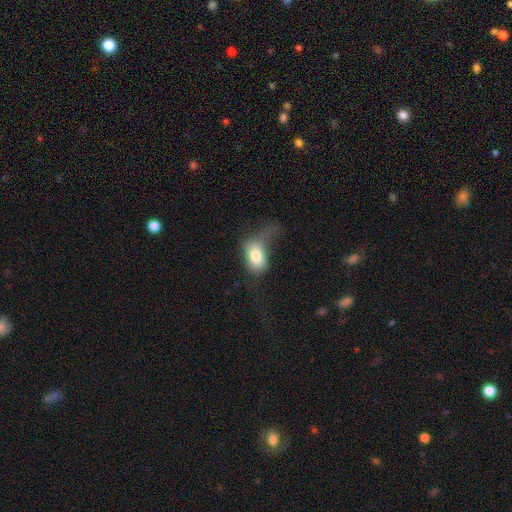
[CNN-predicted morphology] Smooth or featured: smooth — 78% (featured or disk — 14%)
How rounded: in between — 85% (round — 12%)
Merging: major disturbance — 49% (minor disturbance — 24%)